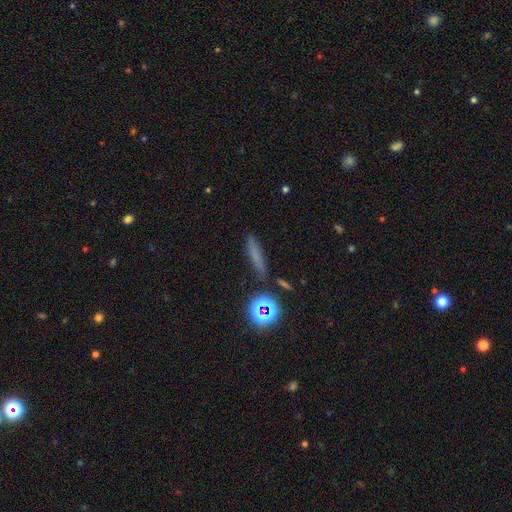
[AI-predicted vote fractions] A smooth galaxy with no disk features (61%) that is cigar-shaped (82%).

Vote fractions:
- Smooth or featured? smooth: 61% / star or artifact: 22% / featured or disk: 17%
- How rounded? cigar-shaped: 82% / in between: 12% / round: 6%
- Merging? none: 79% / minor disturbance: 13% / merger: 4% / major disturbance: 4%